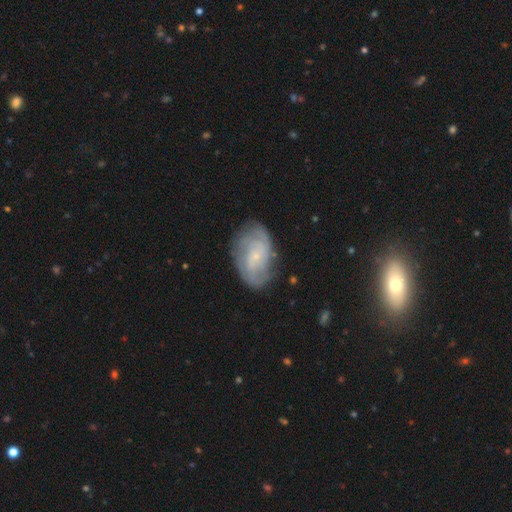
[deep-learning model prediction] Smooth or featured? featured or disk (69%)
Edge-on disk? no (96%)
Bar? no (64%)
Spiral arms? yes (88%)
Spiral winding? tight (49%)
Spiral arm count? can't tell (43%)
Bulge size? small (78%)
Merging? none (73%)